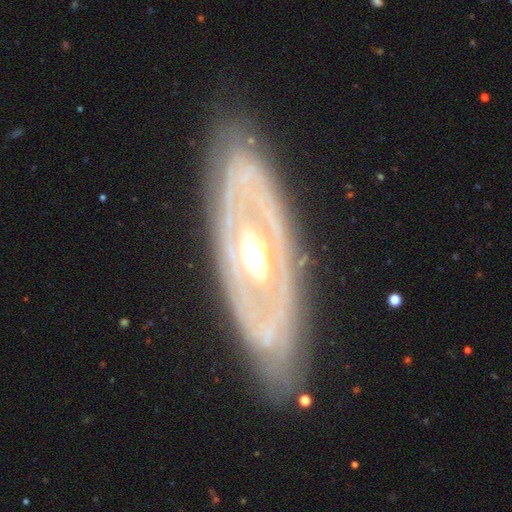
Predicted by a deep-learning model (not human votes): A featured or disk galaxy (84%) with no bar (77%), no spiral arms (54%) and a moderate central bulge (65%).

Vote fractions:
- Smooth or featured? featured or disk: 84% / smooth: 12% / star or artifact: 4%
- Edge-on disk? no: 78% / yes: 22%
- Bar? no: 77% / weak: 14% / strong: 8%
- Spiral arms? no: 54% / yes: 46%
- Bulge size? moderate: 65% / large: 26% / small: 6% / dominant: 2% / none: 1%
- Merging? none: 80% / minor disturbance: 14% / major disturbance: 5% / merger: 1%